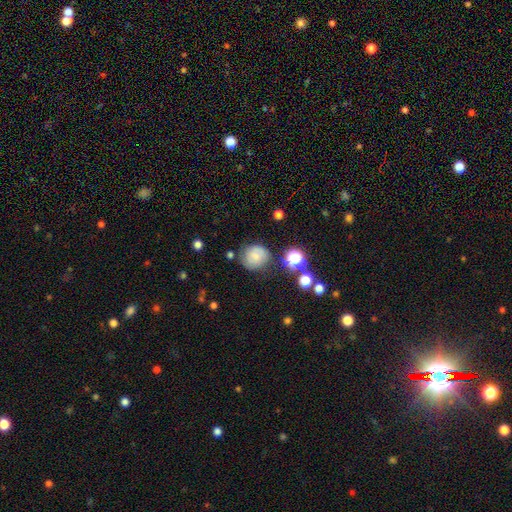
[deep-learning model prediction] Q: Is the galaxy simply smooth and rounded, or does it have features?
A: smooth — 63%.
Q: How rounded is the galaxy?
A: round — 82%.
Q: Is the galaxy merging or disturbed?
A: none — 71%.